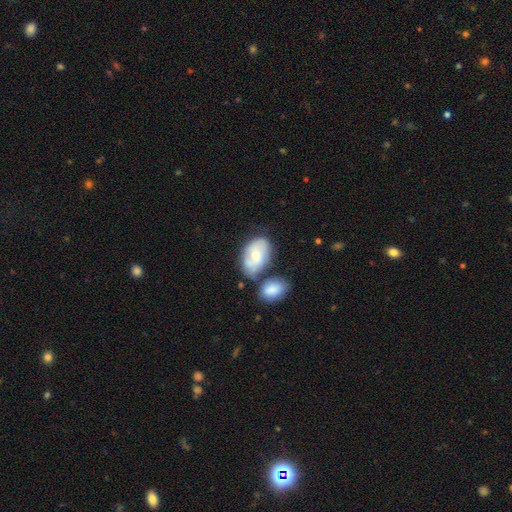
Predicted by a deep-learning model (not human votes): Smooth or featured?
  - smooth: 51% *
  - featured or disk: 42%
  - star or artifact: 6%
How rounded?
  - in between: 88% *
  - round: 11%
  - cigar-shaped: 1%
Merging?
  - none: 45% *
  - merger: 29%
  - minor disturbance: 19%
  - major disturbance: 7%